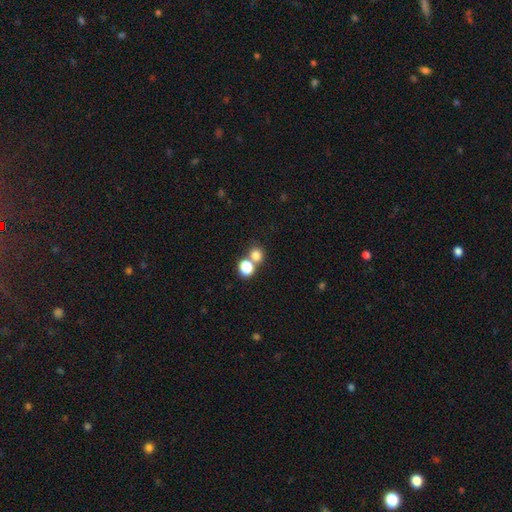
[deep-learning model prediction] smooth-or-featured: smooth: 77% | star or artifact: 15% | featured or disk: 7%
  how-rounded: round: 80% | in between: 19% | cigar-shaped: 1%
  merging: none: 53% | merger: 38% | minor disturbance: 6% | major disturbance: 3%